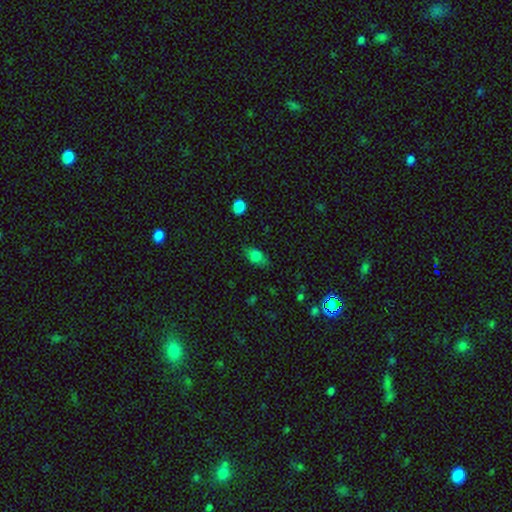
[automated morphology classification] Q: Smooth or featured?
A: smooth (78%); runner-up: star or artifact (11%)
Q: How rounded?
A: in between (80%); runner-up: round (15%)
Q: Merging?
A: none (74%); runner-up: minor disturbance (19%)